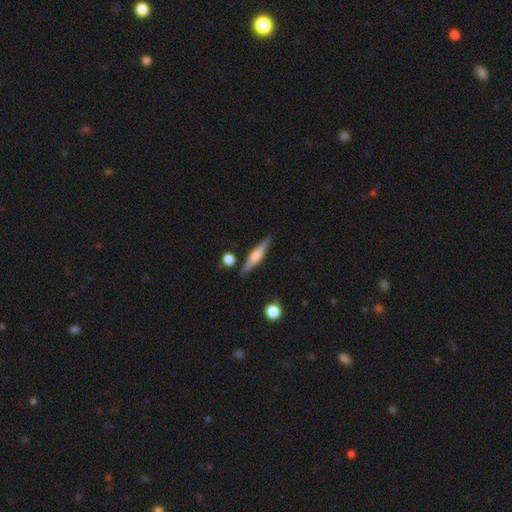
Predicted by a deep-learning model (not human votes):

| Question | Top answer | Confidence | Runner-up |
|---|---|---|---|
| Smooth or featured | featured or disk | 59% | smooth (34%) |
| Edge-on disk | yes | 97% | no (3%) |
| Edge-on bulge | rounded | 76% | boxy (17%) |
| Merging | none | 85% | minor disturbance (9%) |